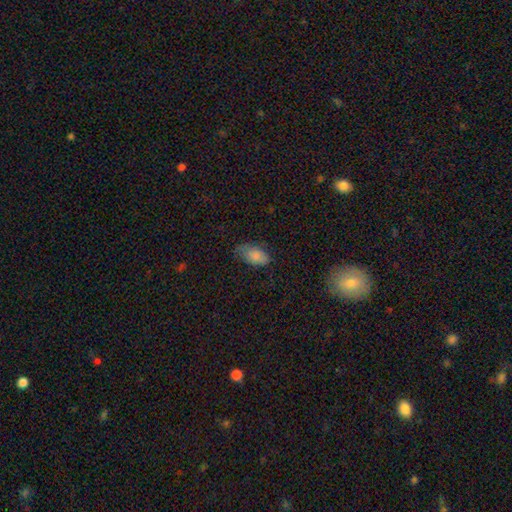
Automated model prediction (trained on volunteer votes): Q: Smooth or featured?
A: smooth (83%); runner-up: featured or disk (9%)
Q: How rounded?
A: in between (93%); runner-up: round (5%)
Q: Merging?
A: none (62%); runner-up: minor disturbance (29%)